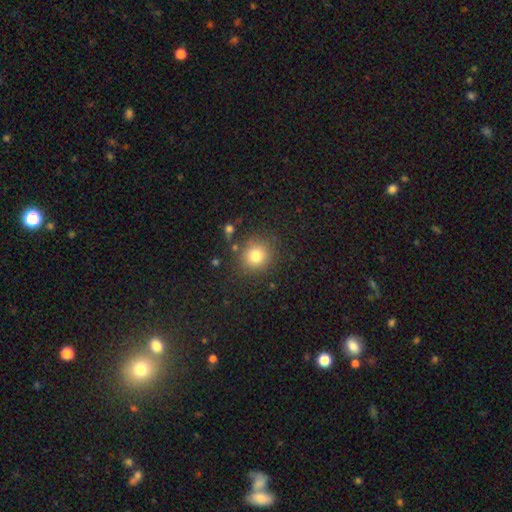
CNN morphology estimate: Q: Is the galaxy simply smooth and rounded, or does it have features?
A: smooth — 80%.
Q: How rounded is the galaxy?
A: round — 88%.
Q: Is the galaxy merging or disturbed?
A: none — 83%.